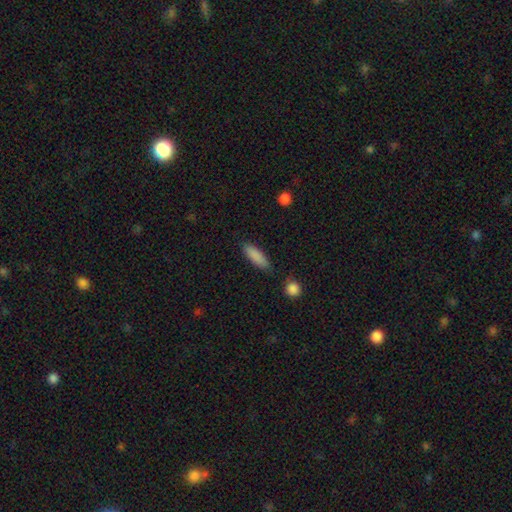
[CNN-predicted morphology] Smooth or featured? smooth (87%)
How rounded? cigar-shaped (51%)
Merging? none (83%)